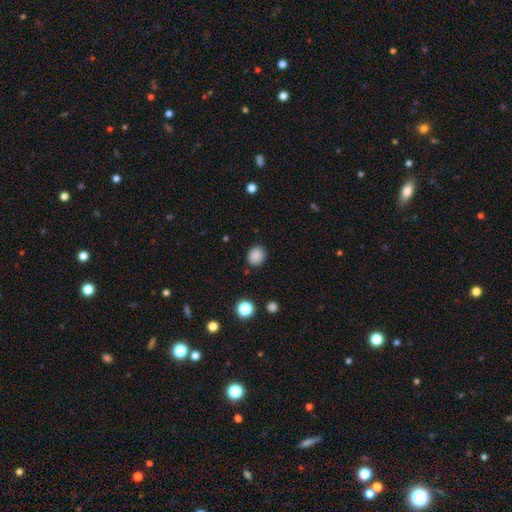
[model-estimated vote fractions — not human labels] Smooth or featured?
  - smooth: 86% *
  - star or artifact: 10%
  - featured or disk: 4%
How rounded?
  - round: 65% *
  - in between: 34%
  - cigar-shaped: 1%
Merging?
  - none: 86% *
  - minor disturbance: 10%
  - major disturbance: 3%
  - merger: 2%